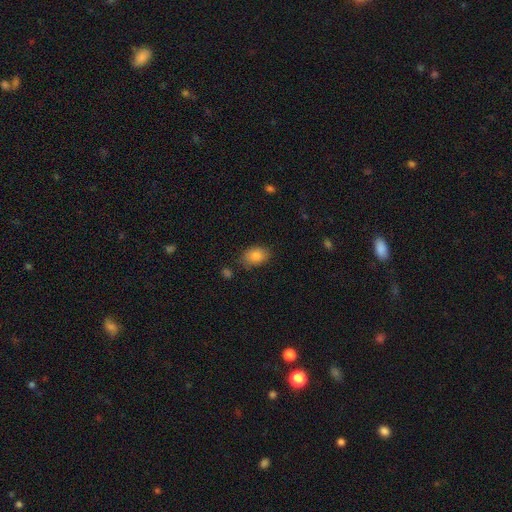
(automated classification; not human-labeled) This appears to be a smooth galaxy with no disk features (85%) that is in between round and cigar-shaped (77%). Merging: none (79%).